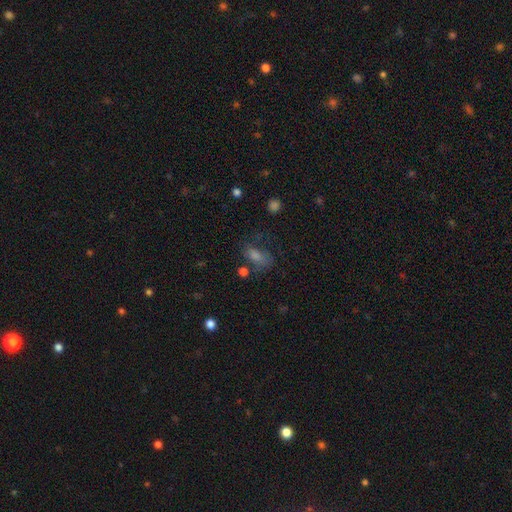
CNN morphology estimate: smooth 59%, star or artifact 22%, featured or disk 19%. Down the decision tree: how rounded — in between (80%); merging — none (52%).